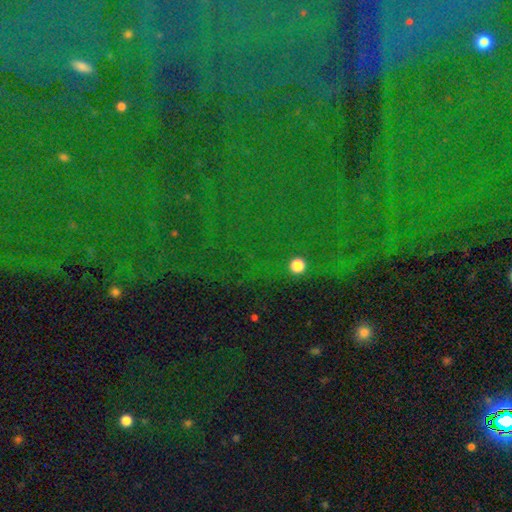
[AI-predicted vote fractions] Smooth or featured: star or artifact — 79% (smooth — 13%)